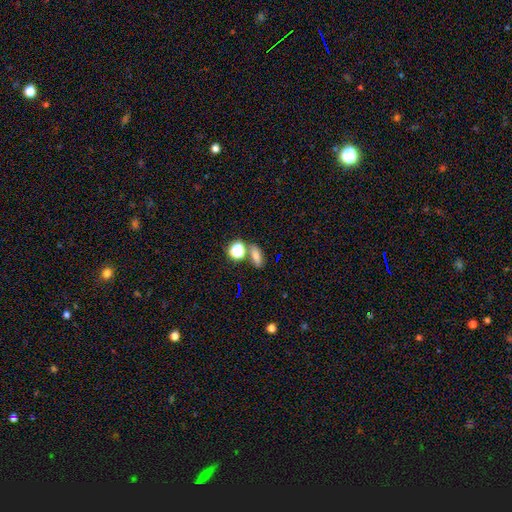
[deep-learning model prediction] The model was most divided on "how rounded": in between: 64%, round: 19%, cigar-shaped: 17%. More confident: smooth or featured — smooth (70%); merging — none (67%).